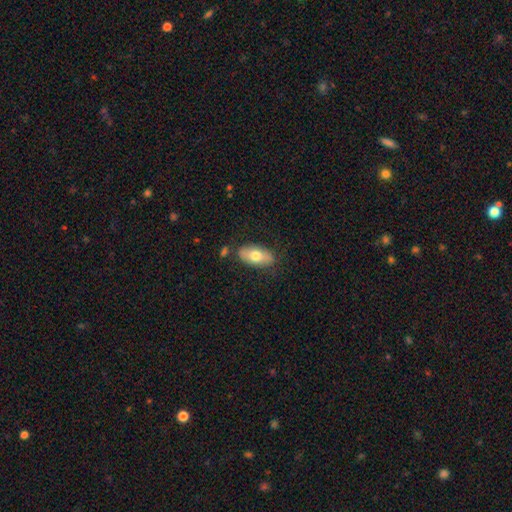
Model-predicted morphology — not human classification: Smooth or featured? Predicted: smooth (p=0.69). How rounded? Predicted: in between (p=0.89). Merging? Predicted: none (p=0.79).